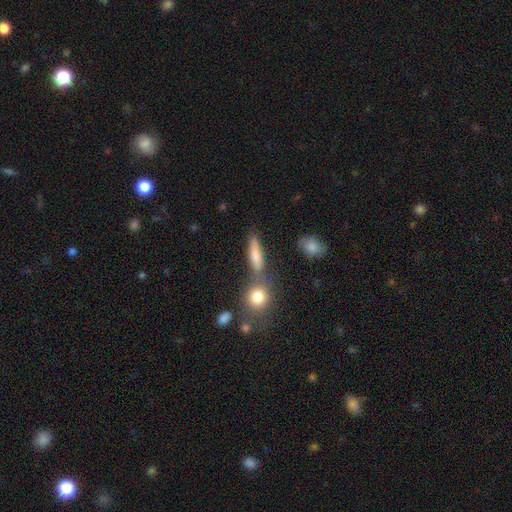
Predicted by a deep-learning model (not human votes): A smooth galaxy with no disk features (75%) that is cigar-shaped (60%).

Vote fractions:
- Smooth or featured? smooth: 75% / featured or disk: 15% / star or artifact: 10%
- How rounded? cigar-shaped: 60% / in between: 31% / round: 10%
- Merging? none: 64% / merger: 19% / minor disturbance: 12% / major disturbance: 5%